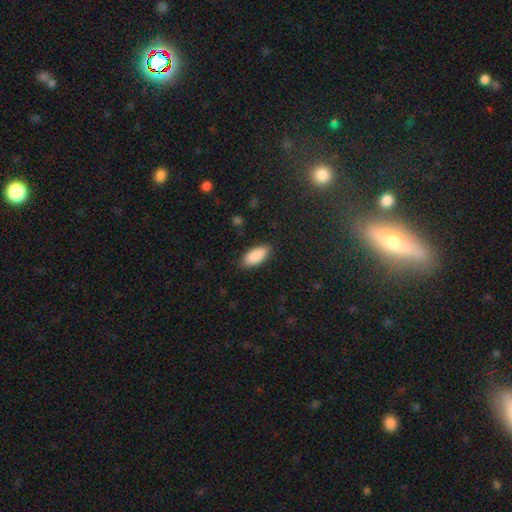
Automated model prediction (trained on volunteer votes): This is clearly a smooth galaxy (89%). How rounded: clearly in between (87%). Merging: clearly none (87%).